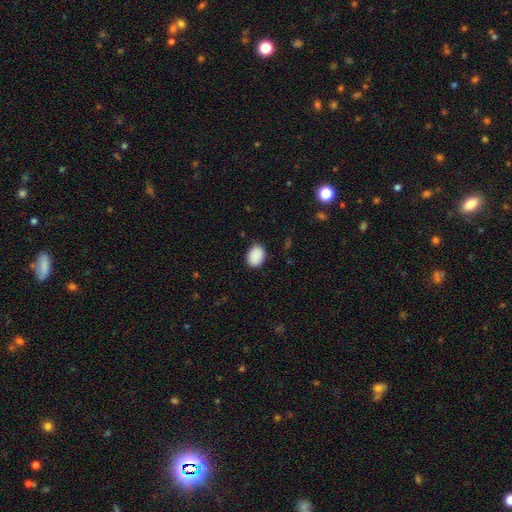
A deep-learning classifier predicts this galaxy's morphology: smooth 90%, star or artifact 7%, featured or disk 3%. Down the decision tree: how rounded — in between (77%); merging — none (85%).